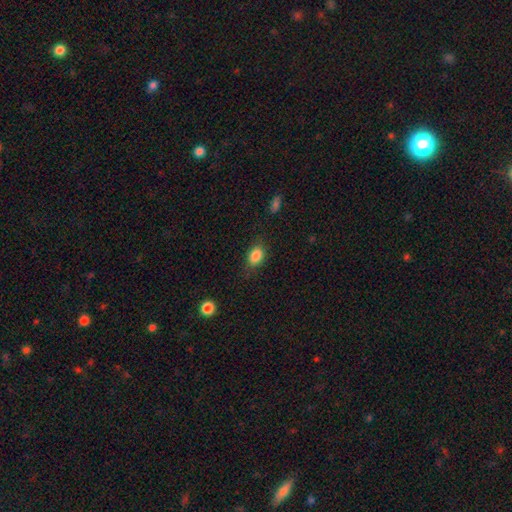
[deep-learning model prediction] smooth 86%, star or artifact 9%, featured or disk 5%. Down the decision tree: how rounded — in between (81%); merging — none (76%).